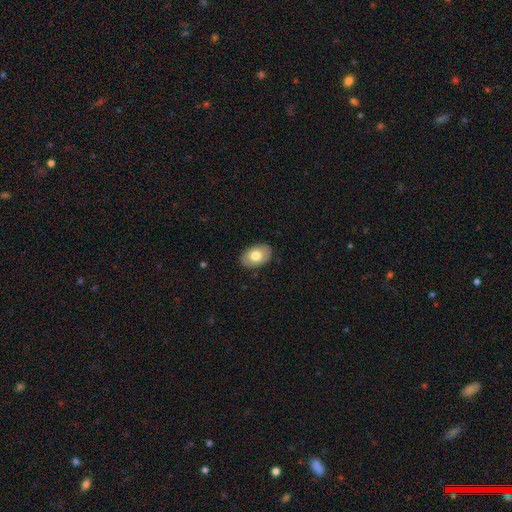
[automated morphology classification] Smooth or featured: smooth — 72% (featured or disk — 21%)
How rounded: in between — 87% (round — 12%)
Merging: none — 87% (minor disturbance — 10%)